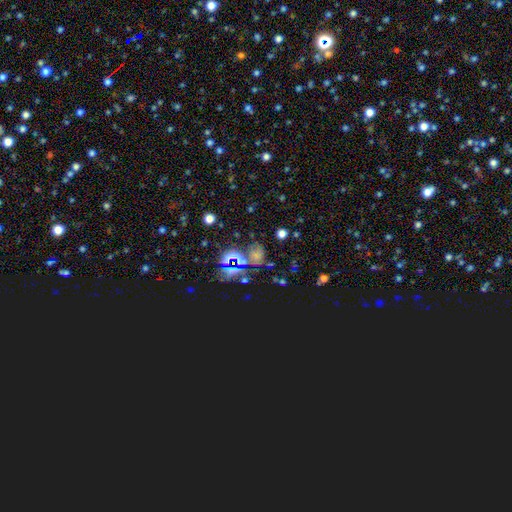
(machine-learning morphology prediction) Smooth or featured? Predicted: star or artifact (p=0.53).